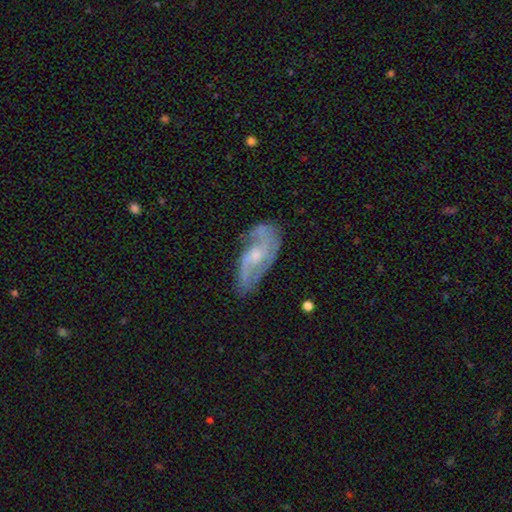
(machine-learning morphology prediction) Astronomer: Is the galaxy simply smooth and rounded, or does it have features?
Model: featured or disk — 79%.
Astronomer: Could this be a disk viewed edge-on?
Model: no — 94%.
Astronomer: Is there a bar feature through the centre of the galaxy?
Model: no — 58% (runner-up: weak, 36%).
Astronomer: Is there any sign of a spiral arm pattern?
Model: yes — 91%.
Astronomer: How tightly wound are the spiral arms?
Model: medium — 48% (runner-up: loose, 28%).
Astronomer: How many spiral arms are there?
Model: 2 — 58%.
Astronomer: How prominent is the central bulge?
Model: small — 49% (runner-up: moderate, 39%).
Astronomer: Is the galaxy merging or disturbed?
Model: none — 61%.